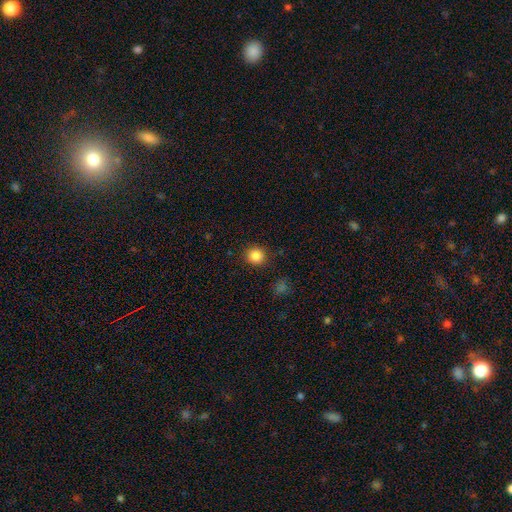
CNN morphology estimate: smooth 86%, star or artifact 10%, featured or disk 4%. Down the decision tree: how rounded — round (91%); merging — none (89%).